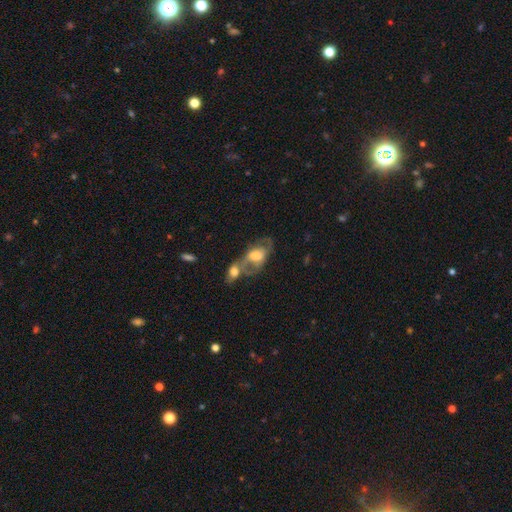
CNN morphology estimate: featured or disk 55%, smooth 37%, star or artifact 8%. Down the decision tree: edge-on disk — no (89%); merging — merger (45%).